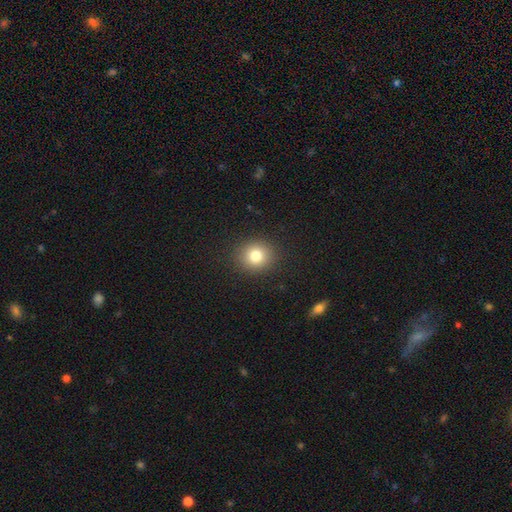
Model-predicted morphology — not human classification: smooth-or-featured: smooth: 80% | star or artifact: 12% | featured or disk: 8%
  how-rounded: round: 82% | in between: 17% | cigar-shaped: 1%
  merging: none: 90% | minor disturbance: 6% | major disturbance: 2% | merger: 1%